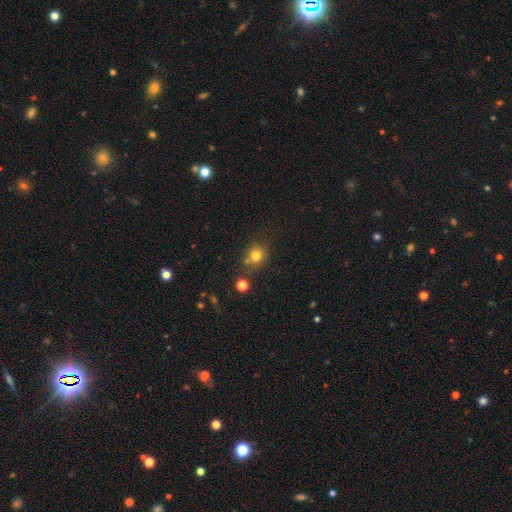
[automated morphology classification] Overall: smooth (77%). How rounded: round (83%). Merging: none (71%).